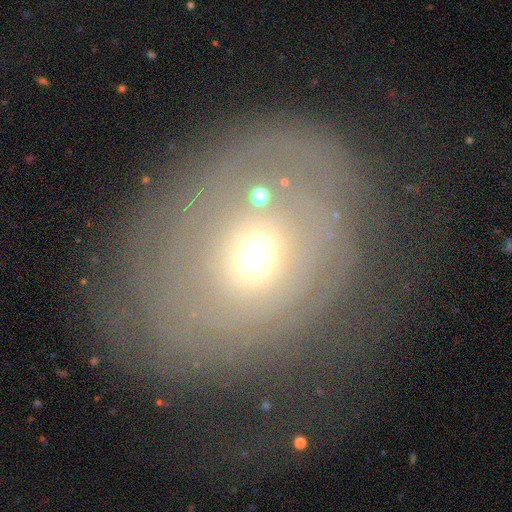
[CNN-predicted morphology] type=featured or disk (61%); edge-on=no (95%); bar=no (81%); spiral arms=yes (55%); bulge=moderate (53%); merging=none (54%).